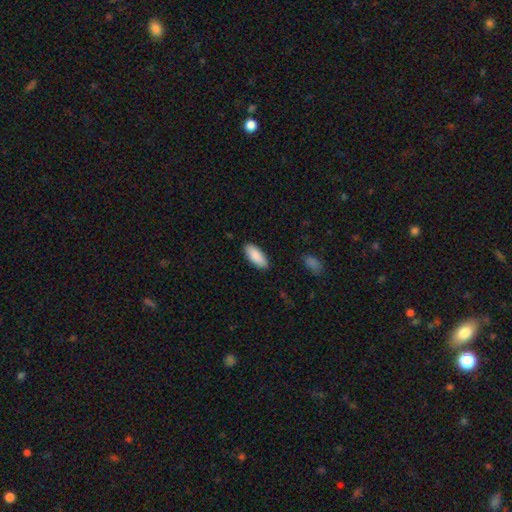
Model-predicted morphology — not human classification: A smooth galaxy with no disk features (89%) that is in between round and cigar-shaped (83%).

Vote fractions:
- Smooth or featured? smooth: 89% / star or artifact: 6% / featured or disk: 5%
- How rounded? in between: 83% / cigar-shaped: 16% / round: 2%
- Merging? none: 88% / minor disturbance: 9% / major disturbance: 2% / merger: 1%